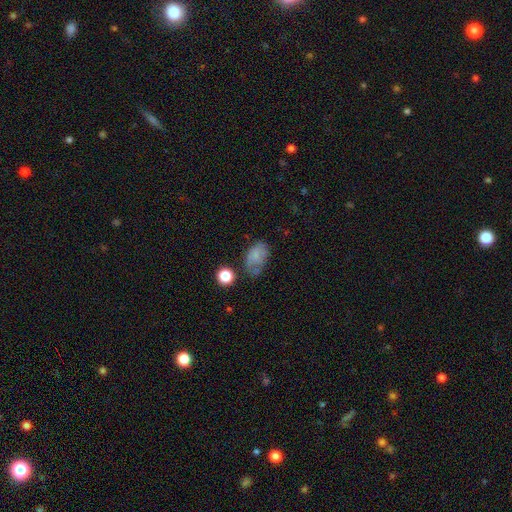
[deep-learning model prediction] Overall: smooth (67%). How rounded: in between (85%). Merging: none (46%; minor disturbance 32%).